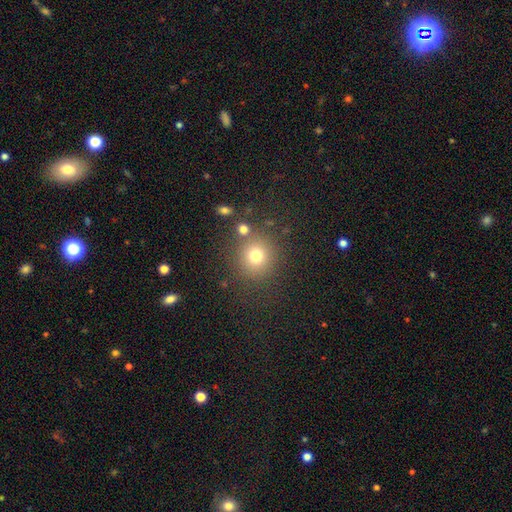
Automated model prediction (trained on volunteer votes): Overall: smooth (75%). How rounded: round (92%). Merging: none (80%).